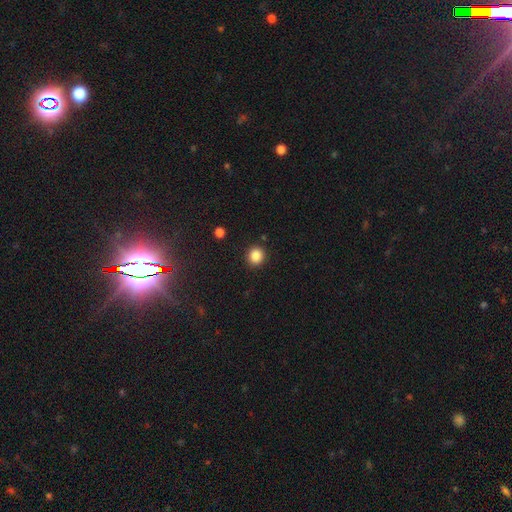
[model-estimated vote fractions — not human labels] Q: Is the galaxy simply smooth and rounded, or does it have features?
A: smooth — 86%.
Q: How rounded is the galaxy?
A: round — 89%.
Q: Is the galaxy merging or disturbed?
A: none — 91%.